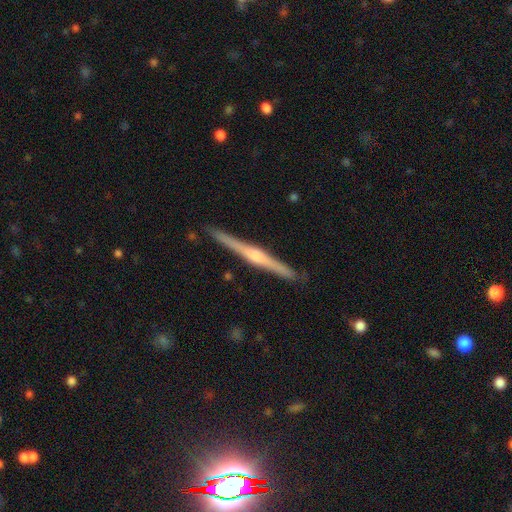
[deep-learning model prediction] This appears to be a featured or disk galaxy (81%) viewed edge-on (99%) with a rounded central bulge (77%). Merging: none (91%).